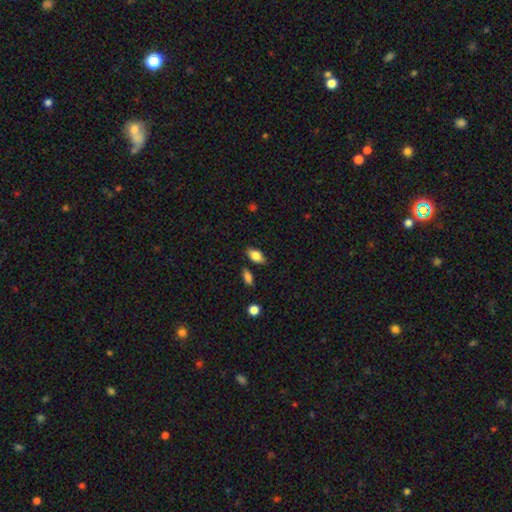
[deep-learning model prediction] smooth-or-featured: smooth: 81% | featured or disk: 11% | star or artifact: 8%
  how-rounded: in between: 89% | cigar-shaped: 6% | round: 5%
  merging: none: 81% | minor disturbance: 12% | merger: 4% | major disturbance: 3%